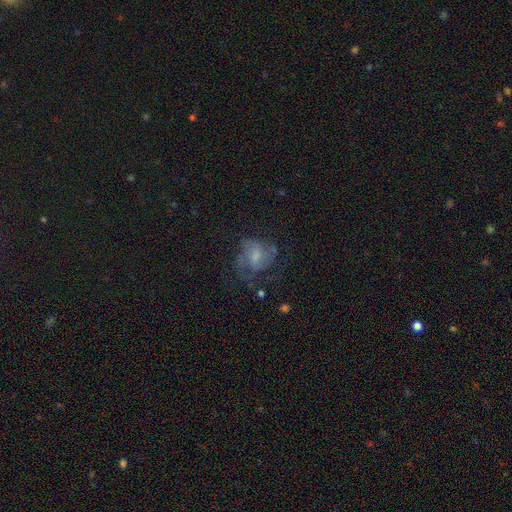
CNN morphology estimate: Smooth or featured? featured or disk (59%)
Edge-on disk? no (97%)
Bar? weak (46%)
Spiral arms? yes (75%)
Bulge size? moderate (35%)
Merging? none (44%)